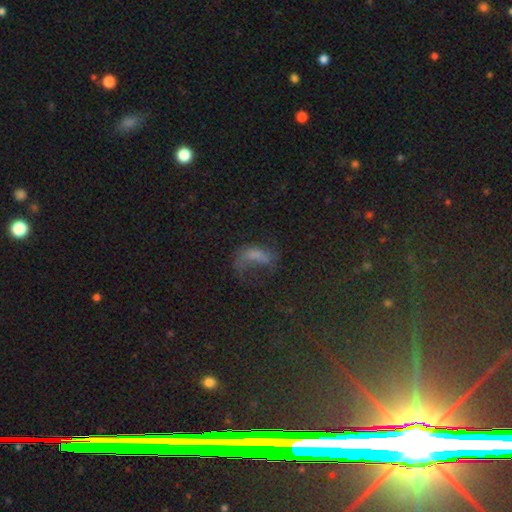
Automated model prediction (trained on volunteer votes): Smooth or featured? smooth (42%)
Merging? major disturbance (48%)